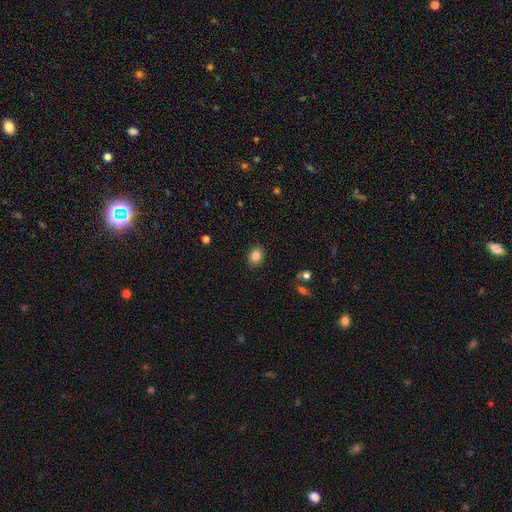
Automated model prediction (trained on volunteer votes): smooth_or_featured: smooth (p=0.85) [alt: star or artifact p=0.09]
how_rounded: in between (p=0.70) [alt: round p=0.29]
merging: none (p=0.87) [alt: minor disturbance p=0.10]